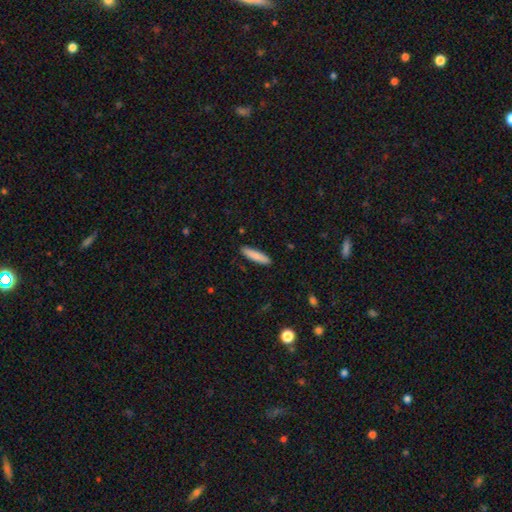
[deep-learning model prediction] smooth 86%, featured or disk 8%, star or artifact 6%. Down the decision tree: how rounded — cigar-shaped (80%); merging — none (90%).